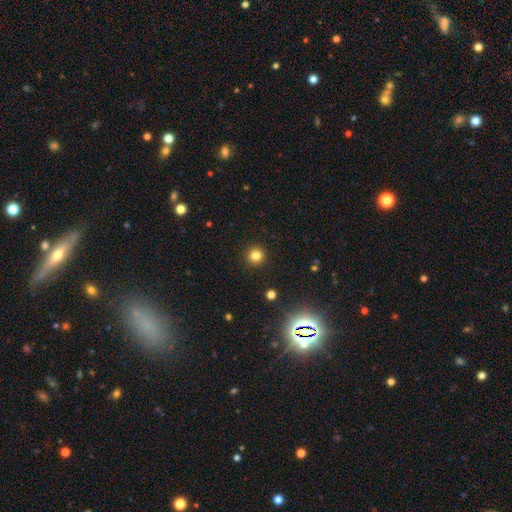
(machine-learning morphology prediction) smooth_or_featured: smooth (p=0.80) [alt: star or artifact p=0.14]
how_rounded: round (p=0.95) [alt: in between p=0.04]
merging: none (p=0.93) [alt: minor disturbance p=0.05]